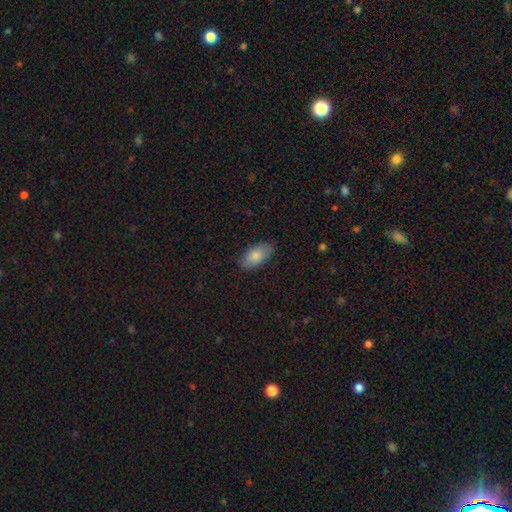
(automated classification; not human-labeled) smooth-or-featured: smooth: 82% | featured or disk: 11% | star or artifact: 6%
  how-rounded: in between: 93% | cigar-shaped: 4% | round: 3%
  merging: none: 84% | minor disturbance: 12% | major disturbance: 3% | merger: 1%